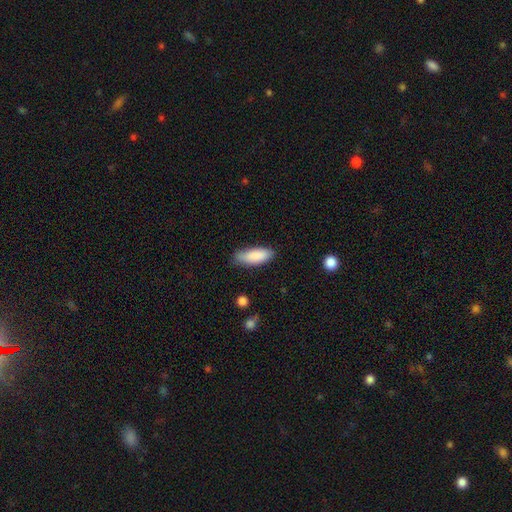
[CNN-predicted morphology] Smooth or featured? smooth (87%)
How rounded? in between (69%)
Merging? none (79%)